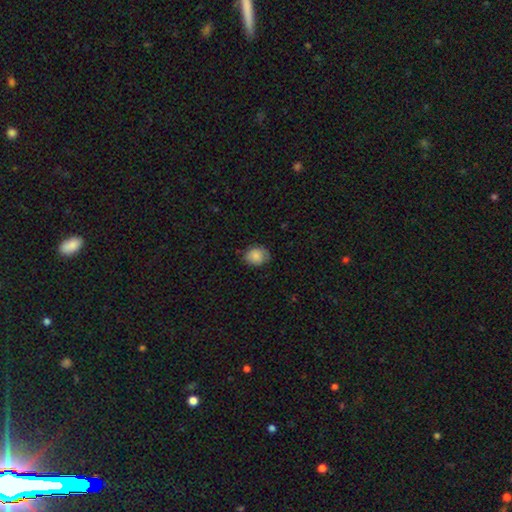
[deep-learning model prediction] The model was most divided on "how rounded": round: 57%, in between: 42%, cigar-shaped: 1%. More confident: smooth or featured — smooth (83%); merging — none (73%).